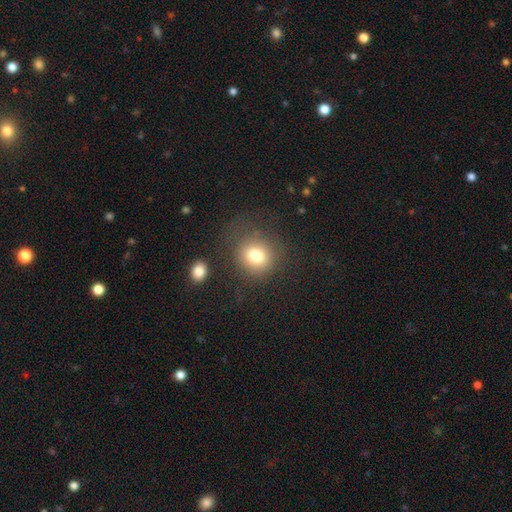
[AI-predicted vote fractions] Smooth or featured: smooth — 78% (star or artifact — 12%)
How rounded: round — 84% (in between — 15%)
Merging: none — 74% (minor disturbance — 13%)